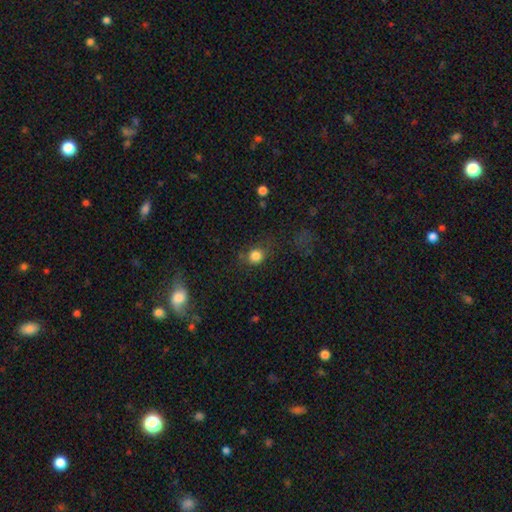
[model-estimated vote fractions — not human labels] Smooth or featured: smooth — 82% (star or artifact — 12%)
How rounded: round — 83% (in between — 16%)
Merging: none — 69% (minor disturbance — 18%)